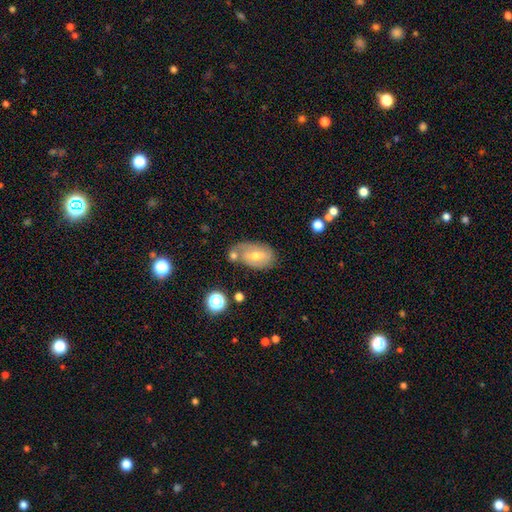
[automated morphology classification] Smooth or featured: featured or disk — 53% (smooth — 37%)
Edge-on disk: no — 93% (yes — 7%)
Merging: none — 56% (minor disturbance — 21%)